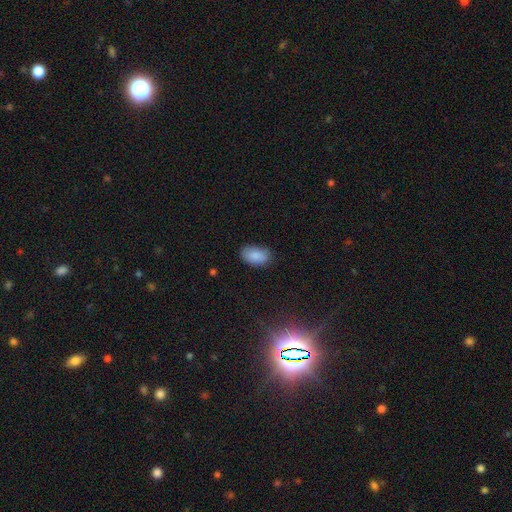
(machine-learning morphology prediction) smooth 87%, star or artifact 7%, featured or disk 5%. Down the decision tree: how rounded — in between (93%); merging — none (79%).